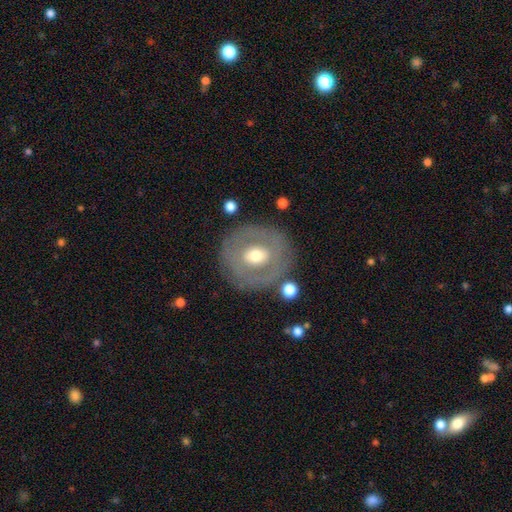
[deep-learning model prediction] Morphology: type=featured or disk (53%); edge-on=no (95%); bar=no (66%); spiral arms=no (82%); bulge=moderate (70%); merging=none (81%).